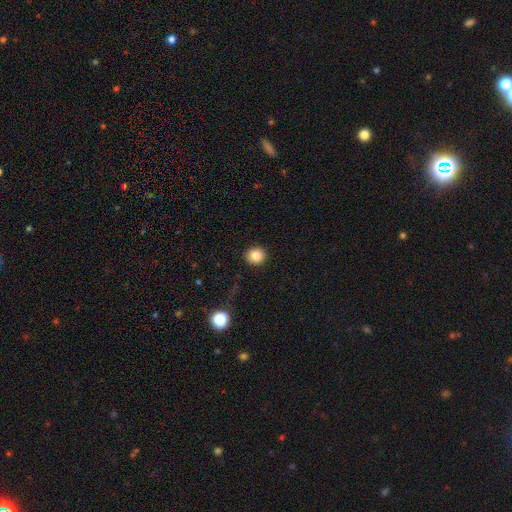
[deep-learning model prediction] A smooth galaxy with no disk features (85%) that is round (87%).

Vote fractions:
- Smooth or featured? smooth: 85% / star or artifact: 10% / featured or disk: 5%
- How rounded? round: 87% / in between: 12% / cigar-shaped: 1%
- Merging? none: 91% / minor disturbance: 6% / major disturbance: 2% / merger: 1%